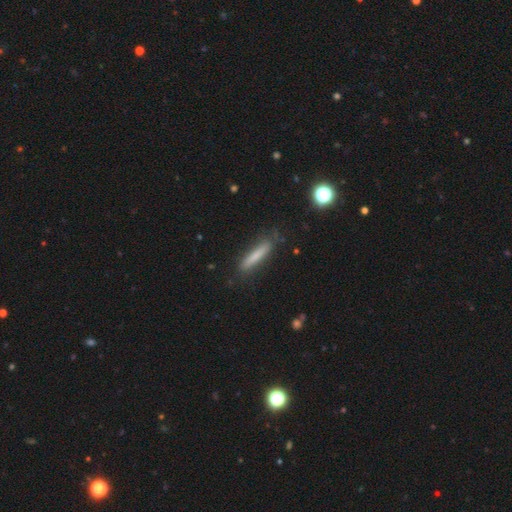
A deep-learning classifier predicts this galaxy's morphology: Smooth or featured?
  - smooth: 71% *
  - featured or disk: 22%
  - star or artifact: 8%
How rounded?
  - cigar-shaped: 90% *
  - in between: 8%
  - round: 1%
Merging?
  - none: 80% *
  - minor disturbance: 14%
  - major disturbance: 4%
  - merger: 2%